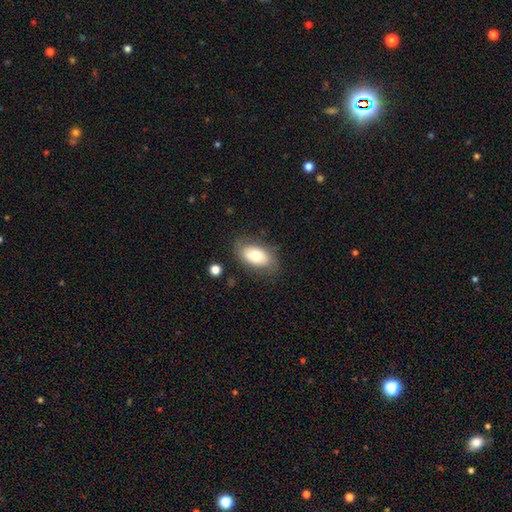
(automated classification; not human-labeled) smooth 72%, featured or disk 21%, star or artifact 7%. Down the decision tree: how rounded — in between (91%); merging — none (78%).